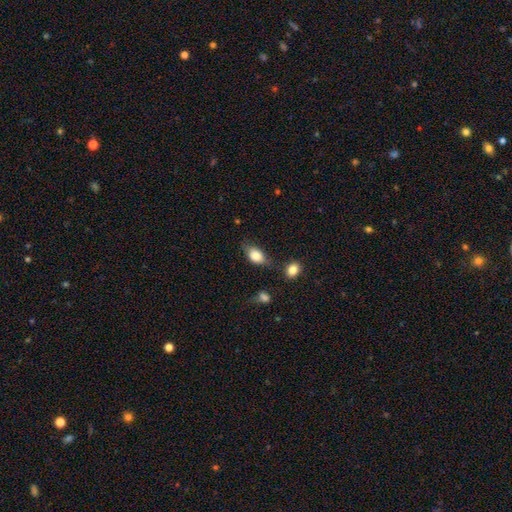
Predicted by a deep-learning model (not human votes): smooth-or-featured: smooth: 82% | featured or disk: 11% | star or artifact: 8%
  how-rounded: in between: 84% | round: 13% | cigar-shaped: 3%
  merging: none: 60% | minor disturbance: 27% | major disturbance: 8% | merger: 5%